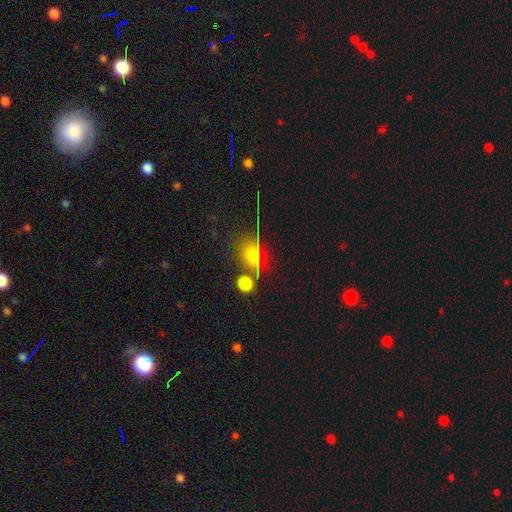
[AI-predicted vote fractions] This is possibly a smooth galaxy (53%). How rounded: likely round (61%). Merging: likely none (66%).